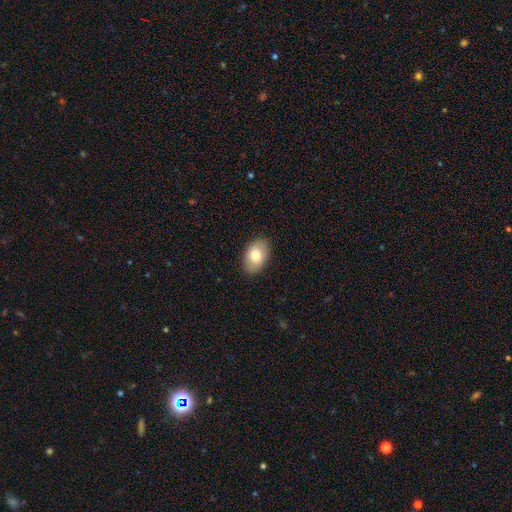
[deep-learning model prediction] This is likely a smooth galaxy (78%). How rounded: clearly in between (88%). Merging: clearly none (87%).